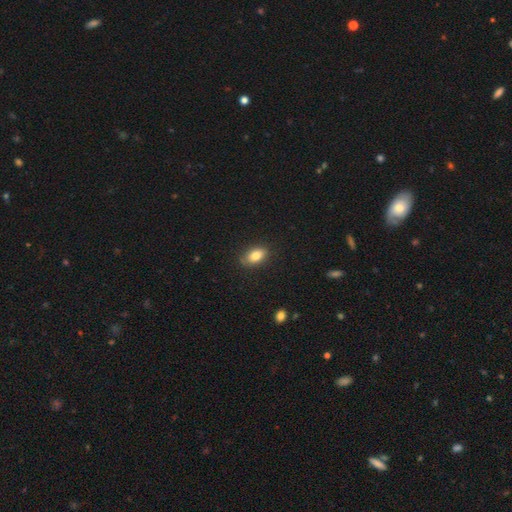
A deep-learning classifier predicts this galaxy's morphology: This is clearly a smooth galaxy (83%). How rounded: clearly in between (87%). Merging: clearly none (84%).